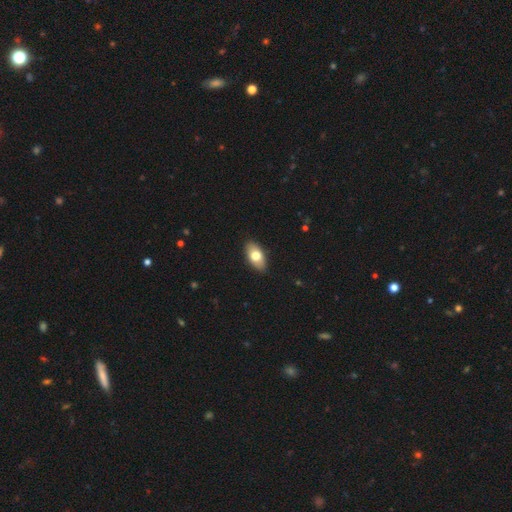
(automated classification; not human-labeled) Smooth or featured? smooth (74%)
How rounded? in between (91%)
Merging? none (89%)